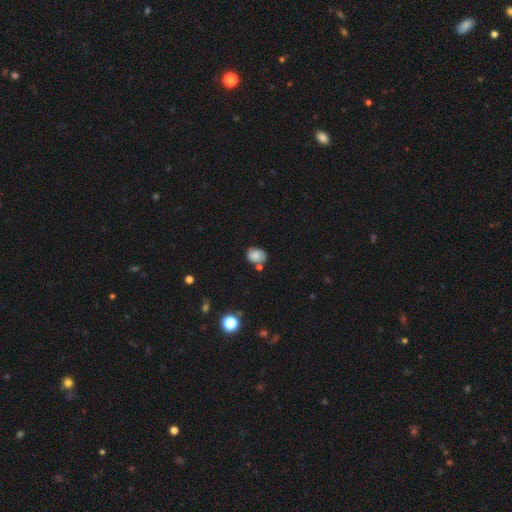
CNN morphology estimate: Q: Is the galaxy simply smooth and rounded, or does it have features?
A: smooth — 77%.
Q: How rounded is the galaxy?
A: in between — 62%.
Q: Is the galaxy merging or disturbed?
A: none — 62%.